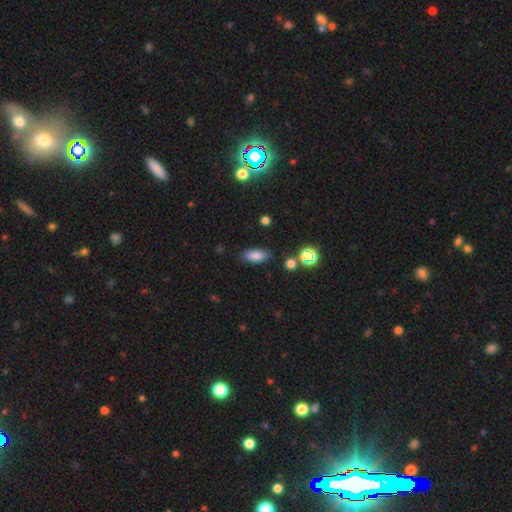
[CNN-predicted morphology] type=smooth (82%); roundness=in between (82%); merging=none (82%).